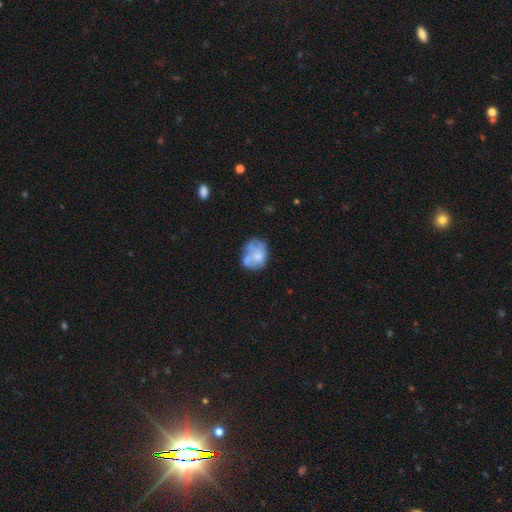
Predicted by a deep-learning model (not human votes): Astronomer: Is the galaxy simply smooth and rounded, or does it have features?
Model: smooth — 46% (runner-up: featured or disk, 45%).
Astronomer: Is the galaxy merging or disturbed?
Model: none — 43% (runner-up: minor disturbance, 26%).